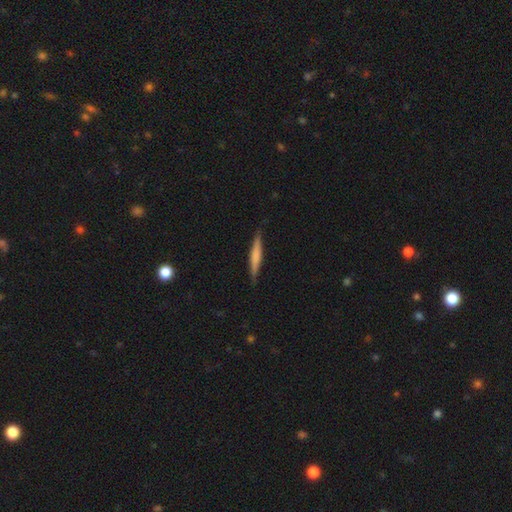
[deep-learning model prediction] Smooth or featured: smooth — 53% (featured or disk — 41%)
How rounded: cigar-shaped — 93% (in between — 6%)
Merging: none — 88% (minor disturbance — 9%)